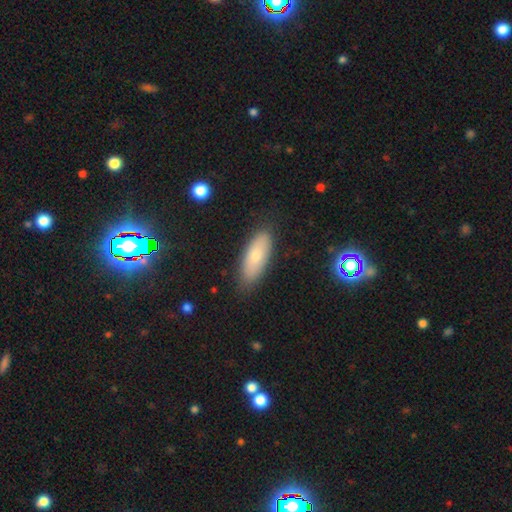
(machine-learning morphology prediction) Smooth or featured? smooth (74%)
How rounded? in between (75%)
Merging? none (81%)